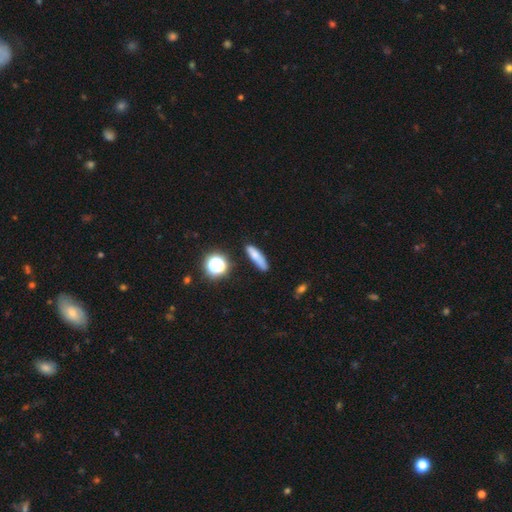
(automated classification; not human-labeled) smooth-or-featured: smooth: 71% | featured or disk: 16% | star or artifact: 13%
  how-rounded: cigar-shaped: 66% | in between: 27% | round: 7%
  merging: none: 70% | minor disturbance: 20% | major disturbance: 5% | merger: 4%